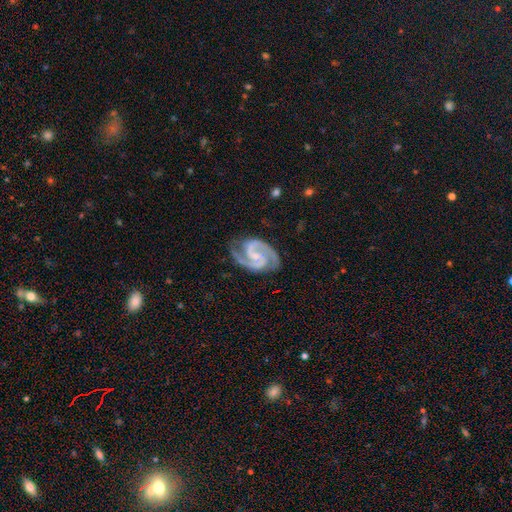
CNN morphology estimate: A featured or disk galaxy (93%) with a weak bar (46%), 2 (94%) medium (59%) spiral arms (99%) and a small central bulge (46%). Merging: none (81%).